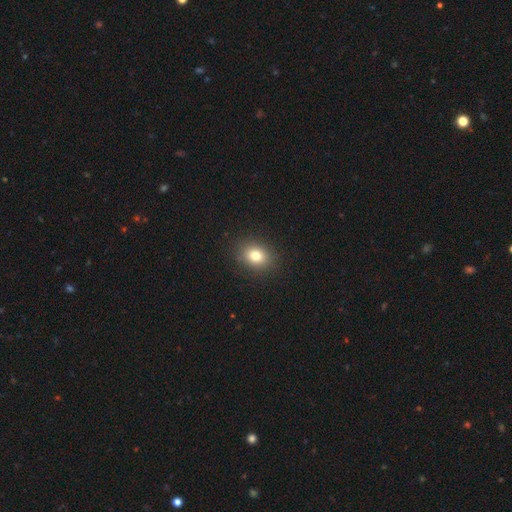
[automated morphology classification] smooth 79%, star or artifact 12%, featured or disk 9%. Down the decision tree: how rounded — in between (51%); merging — none (89%).